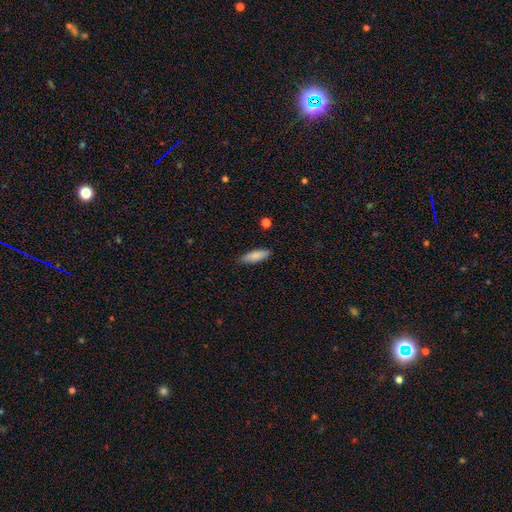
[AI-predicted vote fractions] smooth 85%, featured or disk 9%, star or artifact 6%. Down the decision tree: how rounded — in between (50%); merging — none (85%).